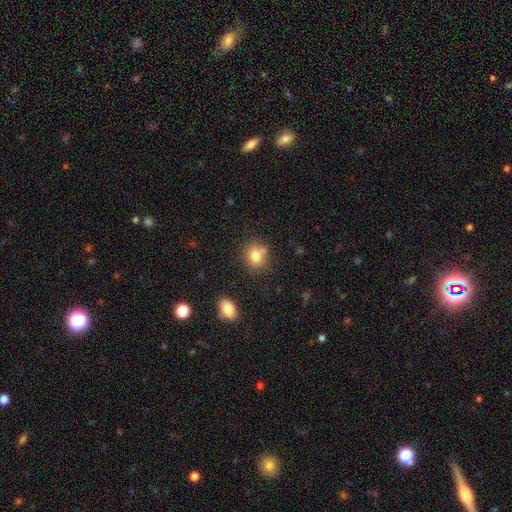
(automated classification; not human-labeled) smooth-or-featured: smooth: 80% | star or artifact: 11% | featured or disk: 9%
  how-rounded: round: 74% | in between: 25% | cigar-shaped: 1%
  merging: none: 71% | minor disturbance: 14% | merger: 10% | major disturbance: 4%